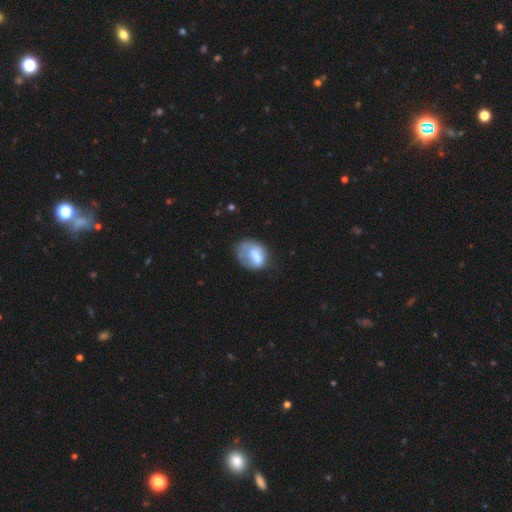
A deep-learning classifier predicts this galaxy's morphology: Overall: smooth (61%; featured or disk 32%). How rounded: in between (59%; round 40%). Merging: none (37%; minor disturbance 30%).